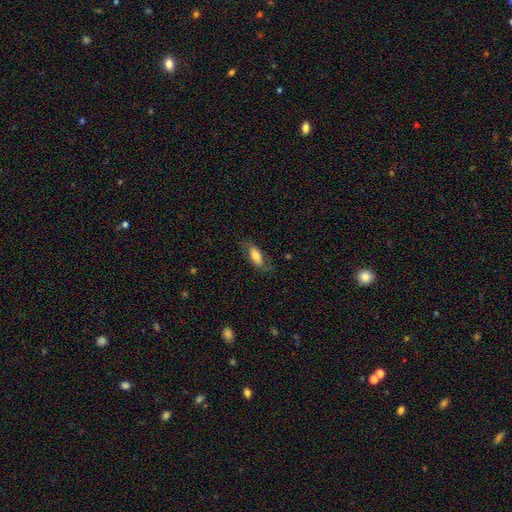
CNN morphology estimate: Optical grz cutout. It shows a smooth galaxy with no disk features (67%) that is in between round and cigar-shaped (80%). Merging: none (68%).